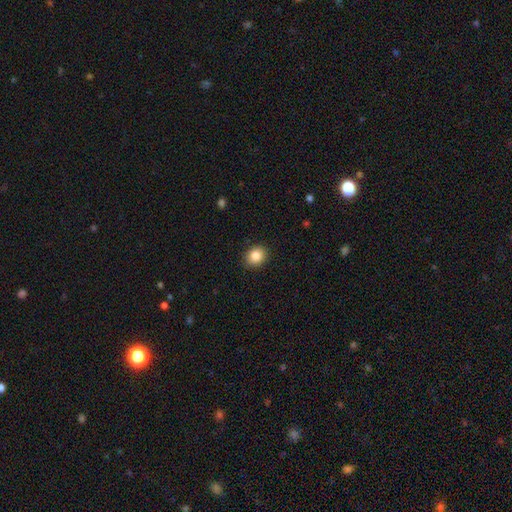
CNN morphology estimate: Smooth or featured: smooth — 86% (star or artifact — 9%)
How rounded: round — 65% (in between — 34%)
Merging: none — 89% (minor disturbance — 8%)